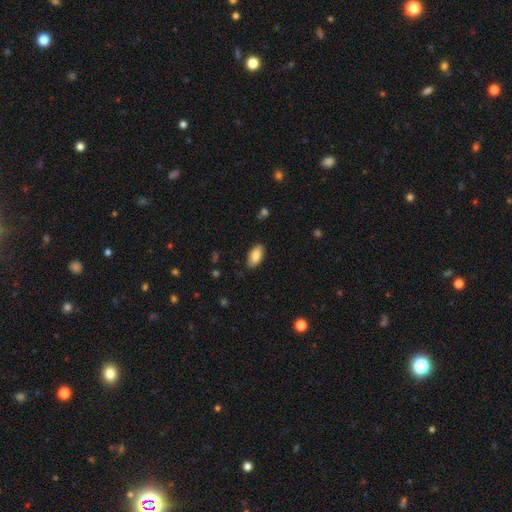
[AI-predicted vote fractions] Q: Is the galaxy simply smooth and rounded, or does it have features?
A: smooth — 84%.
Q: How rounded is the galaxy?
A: in between — 93%.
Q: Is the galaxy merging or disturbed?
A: none — 85%.